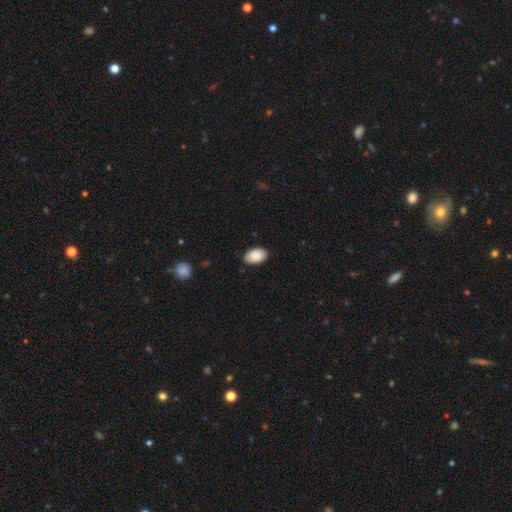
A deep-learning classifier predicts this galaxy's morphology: Smooth or featured? Predicted: smooth (p=0.90). How rounded? Predicted: in between (p=0.92). Merging? Predicted: none (p=0.86).